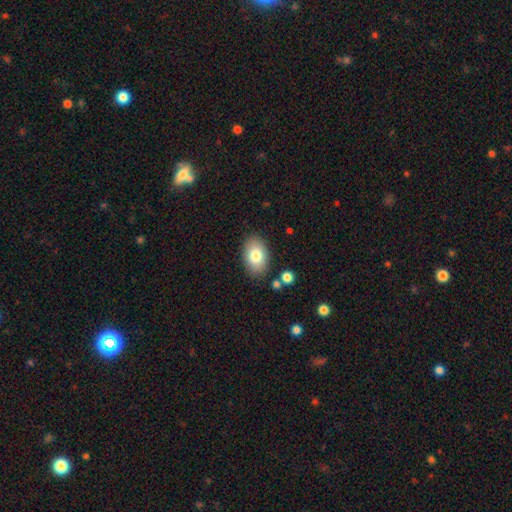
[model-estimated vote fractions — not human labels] A smooth galaxy with no disk features (81%) that is in between round and cigar-shaped (89%). Merging: none (85%).